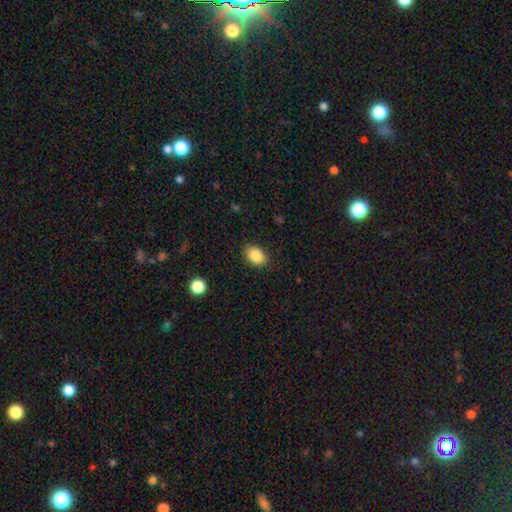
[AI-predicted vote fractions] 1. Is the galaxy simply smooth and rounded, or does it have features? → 87% smooth, 8% star or artifact, 5% featured or disk.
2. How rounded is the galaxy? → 83% in between, 16% round, 1% cigar-shaped.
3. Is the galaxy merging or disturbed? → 87% none, 10% minor disturbance, 2% major disturbance, 1% merger.